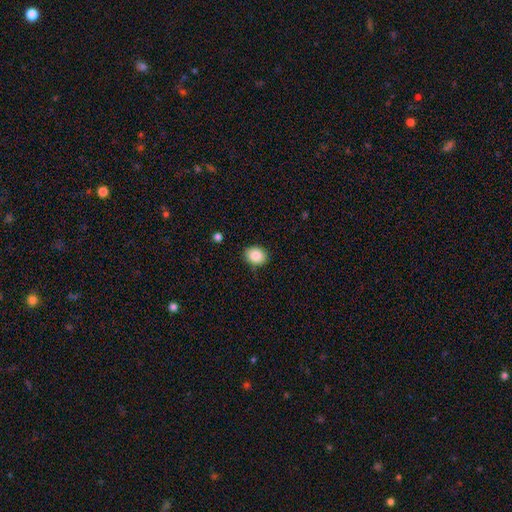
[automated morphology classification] This appears to be a smooth galaxy with no disk features (87%) that is round (52%). Merging: none (85%).